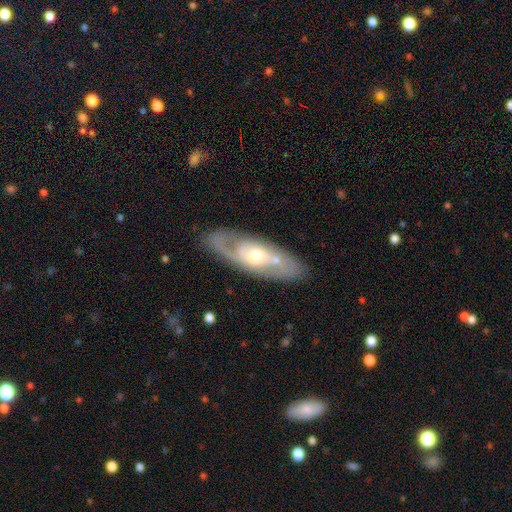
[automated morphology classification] Smooth or featured? featured or disk (70%)
Edge-on disk? no (84%)
Bar? no (68%)
Spiral arms? yes (68%)
Bulge size? moderate (62%)
Merging? none (76%)